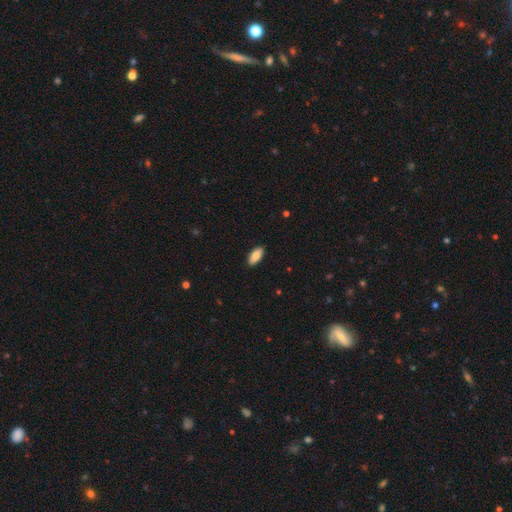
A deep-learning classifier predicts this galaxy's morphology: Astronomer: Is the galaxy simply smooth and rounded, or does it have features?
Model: smooth — 80%.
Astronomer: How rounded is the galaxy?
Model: in between — 86%.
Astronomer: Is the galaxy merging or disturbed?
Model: none — 90%.